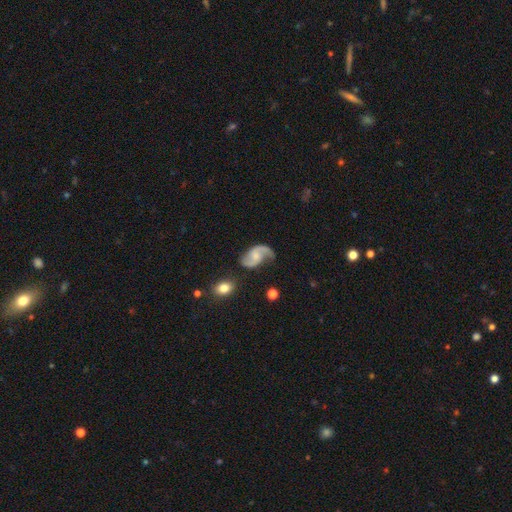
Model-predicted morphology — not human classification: Smooth or featured?
  - featured or disk: 85% *
  - smooth: 10%
  - star or artifact: 5%
Edge-on disk?
  - no: 98% *
  - yes: 2%
Bar?
  - no: 52% *
  - weak: 40%
  - strong: 8%
Spiral arms?
  - yes: 96% *
  - no: 4%
Spiral winding?
  - loose: 61% *
  - medium: 31%
  - tight: 7%
Spiral arm count?
  - 2: 88% *
  - 1: 7%
  - can't tell: 2%
  - 3: 1%
  - 4: 1%
  - more than 4: 1%
Bulge size?
  - small: 45% *
  - none: 26%
  - moderate: 25%
  - large: 3%
  - dominant: 1%
Merging?
  - none: 62% *
  - minor disturbance: 22%
  - major disturbance: 12%
  - merger: 4%